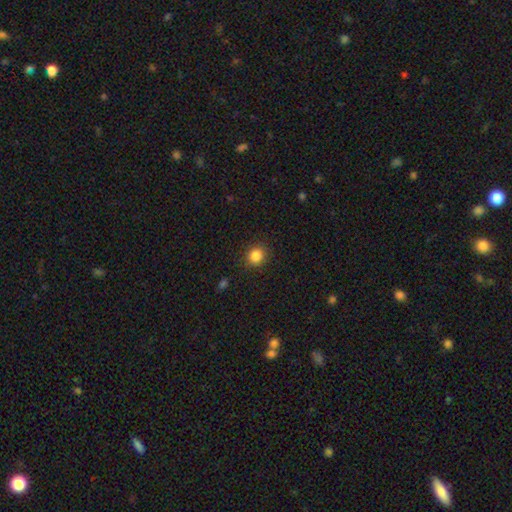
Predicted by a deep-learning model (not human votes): The model was most divided on "how rounded": round: 84%, in between: 15%, cigar-shaped: 1%. More confident: merging — none (89%); smooth or featured — smooth (85%).